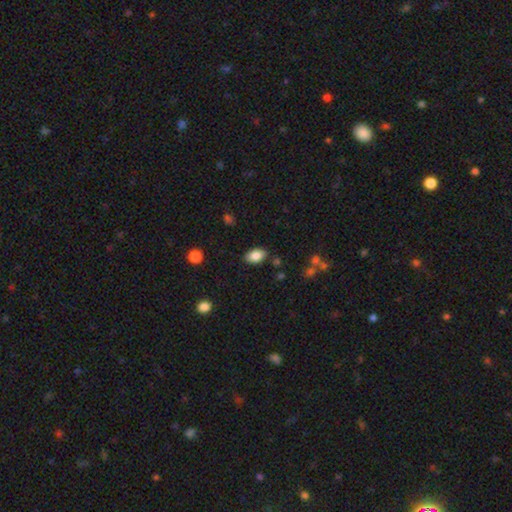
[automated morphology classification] A smooth galaxy with no disk features (85%) that is in between round and cigar-shaped (90%). Merging: none (84%).